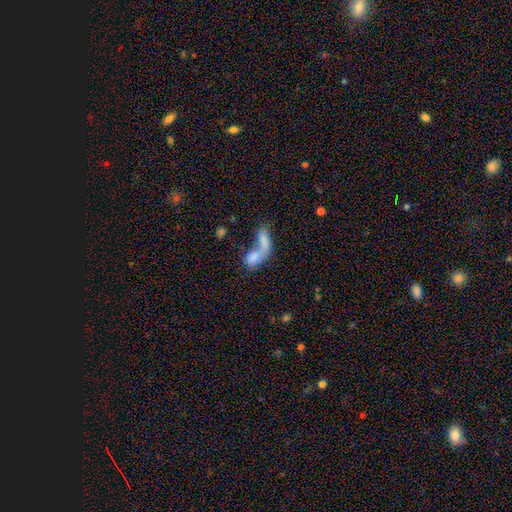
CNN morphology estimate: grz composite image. It shows a smooth galaxy with no disk features (72%) that is in between round and cigar-shaped (76%). Merging: merger (74%).